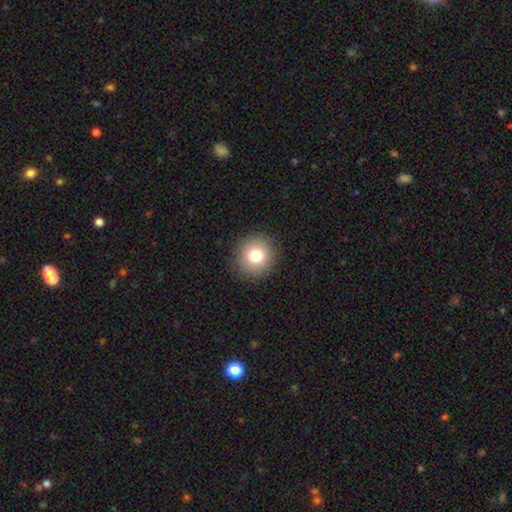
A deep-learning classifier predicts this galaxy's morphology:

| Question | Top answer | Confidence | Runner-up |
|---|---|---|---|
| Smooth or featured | smooth | 79% | star or artifact (11%) |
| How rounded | round | 94% | in between (5%) |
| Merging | none | 91% | minor disturbance (6%) |